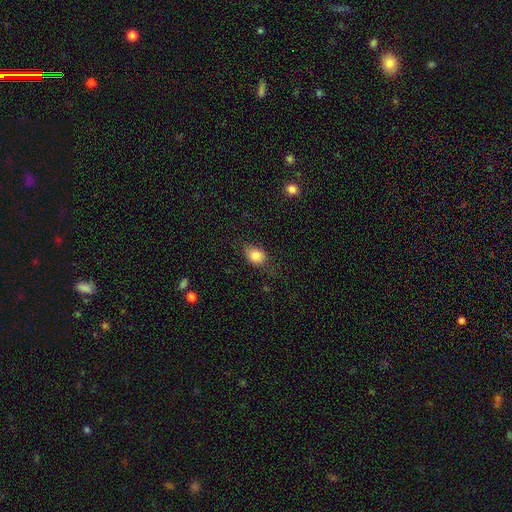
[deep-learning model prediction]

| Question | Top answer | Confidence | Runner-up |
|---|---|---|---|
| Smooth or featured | smooth | 82% | featured or disk (9%) |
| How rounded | in between | 63% | round (35%) |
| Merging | none | 66% | minor disturbance (24%) |